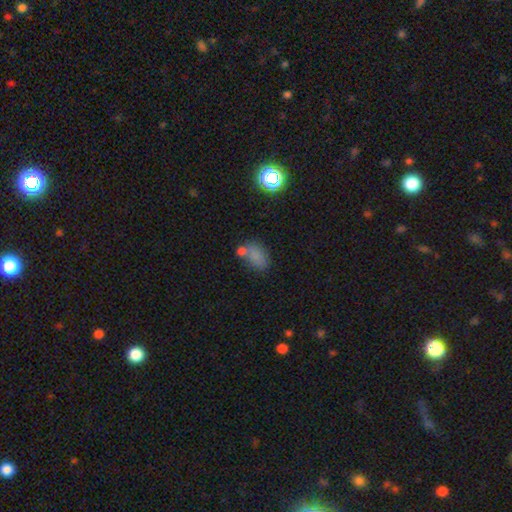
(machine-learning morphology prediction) A smooth galaxy with no disk features (72%) that is in between round and cigar-shaped (84%).

Vote fractions:
- Smooth or featured? smooth: 72% / star or artifact: 17% / featured or disk: 11%
- How rounded? in between: 84% / round: 14% / cigar-shaped: 2%
- Merging? none: 43% / merger: 29% / minor disturbance: 19% / major disturbance: 9%